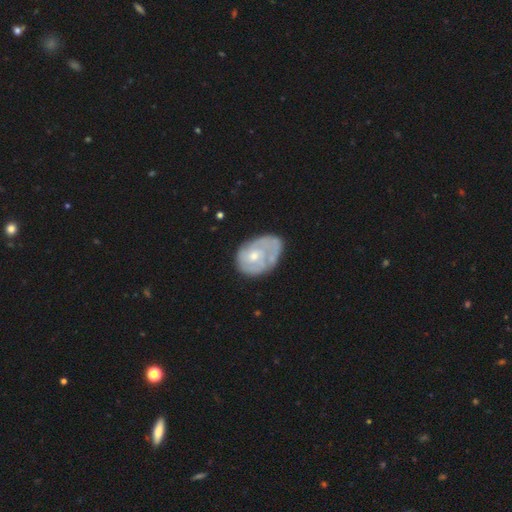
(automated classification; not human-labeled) Smooth or featured?
  - featured or disk: 61% *
  - smooth: 33%
  - star or artifact: 6%
Edge-on disk?
  - no: 97% *
  - yes: 3%
Bar?
  - no: 80% *
  - weak: 17%
  - strong: 2%
Spiral arms?
  - yes: 58% *
  - no: 42%
Bulge size?
  - small: 48% *
  - moderate: 46%
  - none: 3%
  - large: 2%
  - dominant: 1%
Merging?
  - none: 45% *
  - minor disturbance: 33%
  - major disturbance: 17%
  - merger: 5%